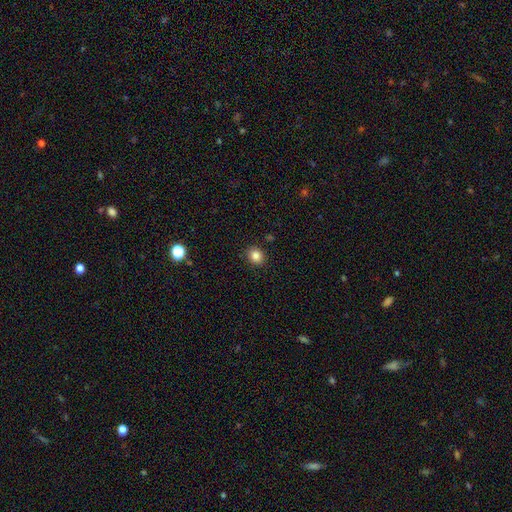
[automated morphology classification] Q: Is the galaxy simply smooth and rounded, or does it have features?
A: smooth — 84%.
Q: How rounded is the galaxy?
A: round — 70%.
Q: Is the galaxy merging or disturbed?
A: none — 89%.